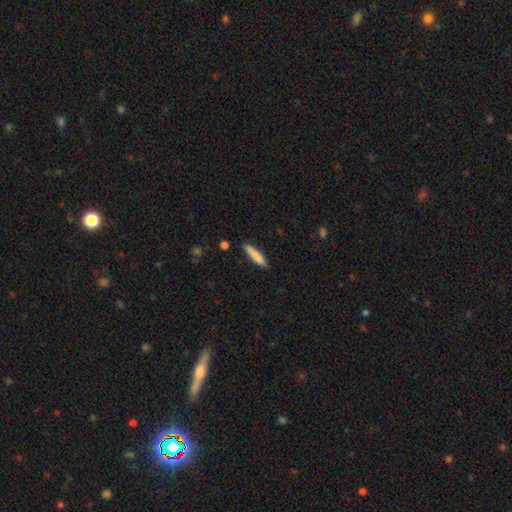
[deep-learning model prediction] A smooth galaxy with no disk features (83%) that is cigar-shaped (83%). Merging: none (84%).